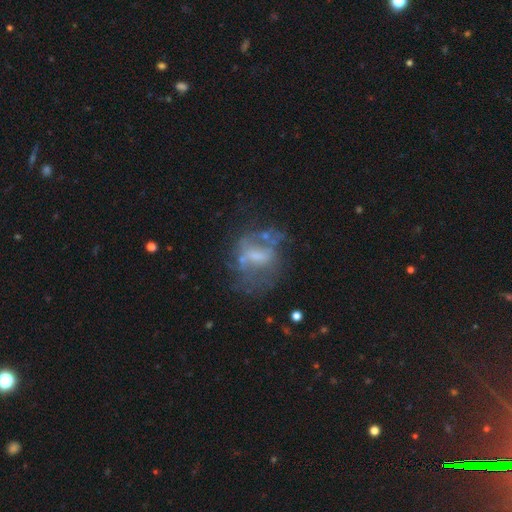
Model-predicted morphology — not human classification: This appears to be a featured or disk galaxy (59%) with no bar (42%), no spiral arms (69%) and a small central bulge (33%, tied with moderate). Merging: none (43%).